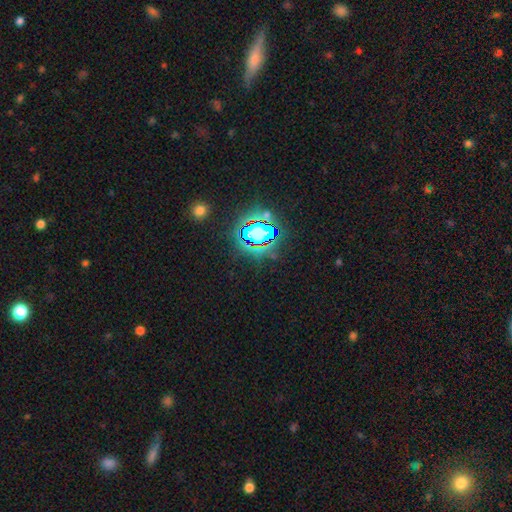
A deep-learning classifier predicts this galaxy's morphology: Smooth or featured?
  - star or artifact: 79% *
  - smooth: 13%
  - featured or disk: 8%